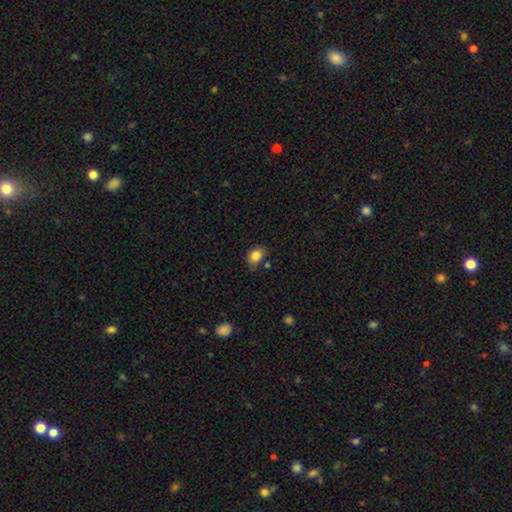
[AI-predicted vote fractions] Overall: smooth (83%). How rounded: in between (56%; round 43%). Merging: none (70%).